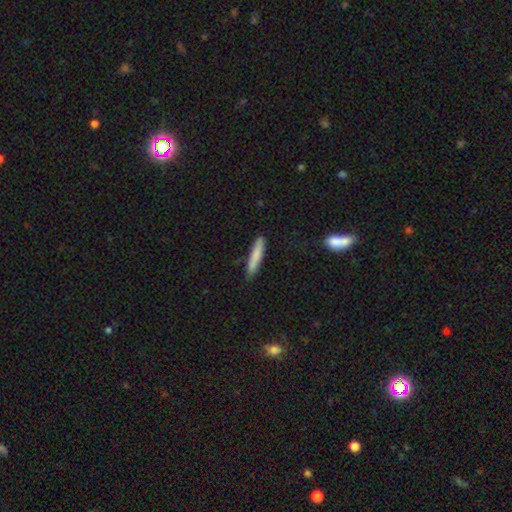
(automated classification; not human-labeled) This is clearly a smooth galaxy (81%). How rounded: clearly cigar-shaped (91%). Merging: clearly none (81%).